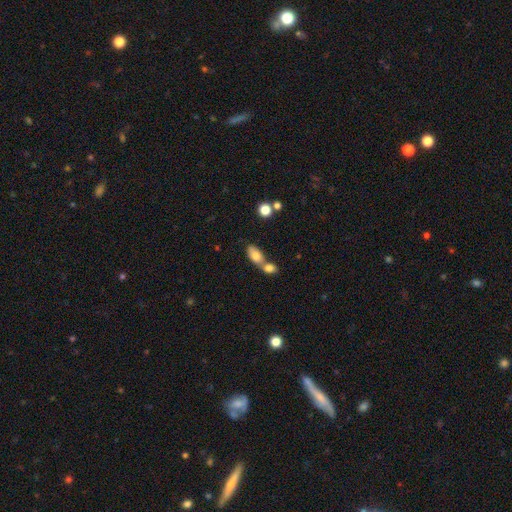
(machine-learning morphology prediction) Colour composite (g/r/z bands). It shows a smooth galaxy with no disk features (79%) that is in between round and cigar-shaped (86%). Merging: merger (56%).